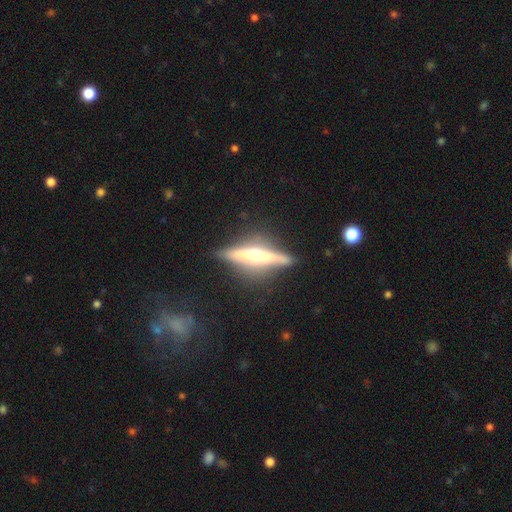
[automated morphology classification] smooth-or-featured: featured or disk: 71% | smooth: 23% | star or artifact: 6%
  disk-edge-on: yes: 94% | no: 6%
    edge-on-bulge: rounded: 83% | boxy: 9% | none: 7%
  merging: none: 82% | minor disturbance: 12% | major disturbance: 4% | merger: 2%